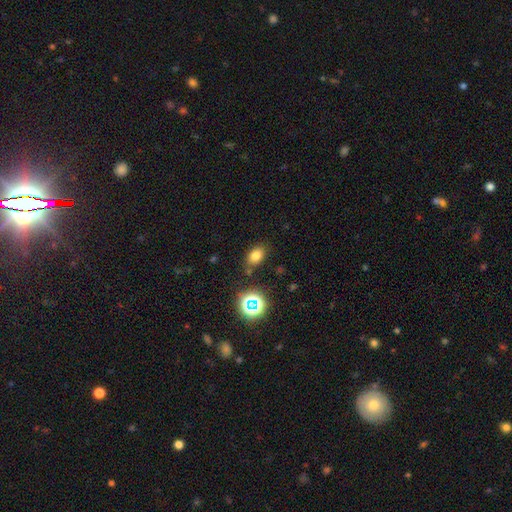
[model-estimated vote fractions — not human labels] Smooth or featured? smooth (75%)
How rounded? in between (75%)
Merging? none (78%)